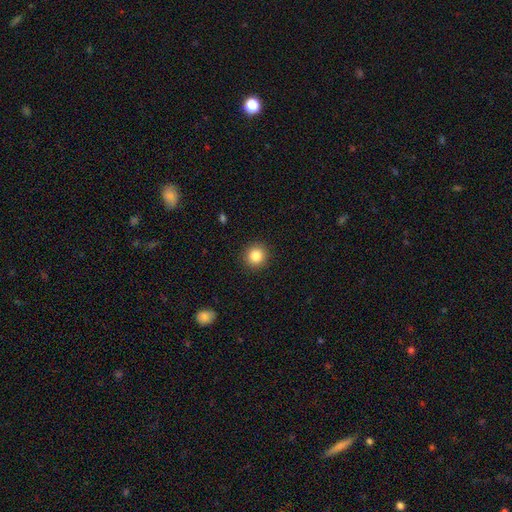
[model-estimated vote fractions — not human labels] smooth-or-featured: smooth: 84% | star or artifact: 10% | featured or disk: 5%
  how-rounded: round: 93% | in between: 6% | cigar-shaped: 1%
  merging: none: 92% | minor disturbance: 5% | major disturbance: 2% | merger: 1%